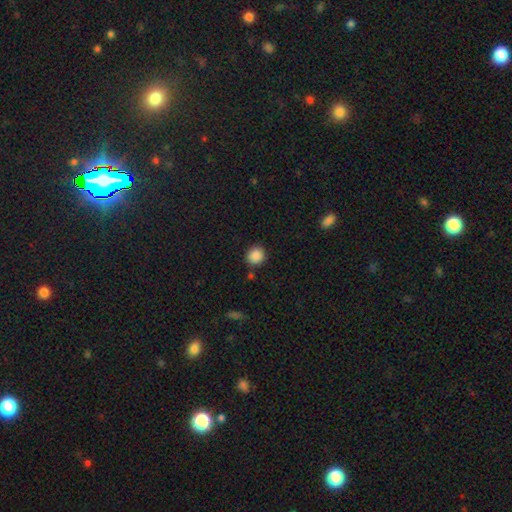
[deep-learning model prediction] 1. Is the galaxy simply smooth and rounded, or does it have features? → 88% smooth, 9% star or artifact, 3% featured or disk.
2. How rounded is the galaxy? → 84% round, 15% in between, 1% cigar-shaped.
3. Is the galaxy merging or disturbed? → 84% none, 10% minor disturbance, 3% merger, 3% major disturbance.